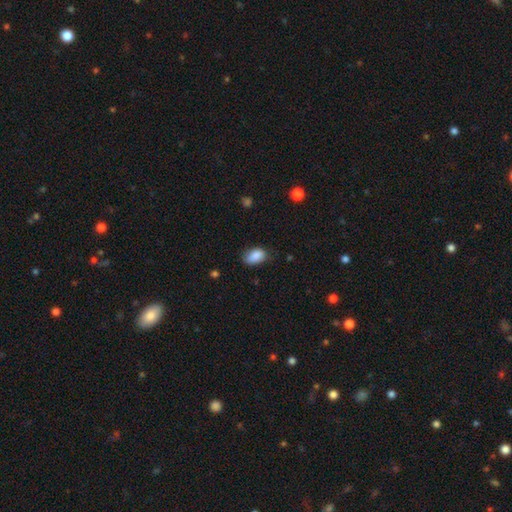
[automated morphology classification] Smooth or featured: smooth — 88% (star or artifact — 7%)
How rounded: in between — 90% (round — 8%)
Merging: none — 73% (minor disturbance — 22%)